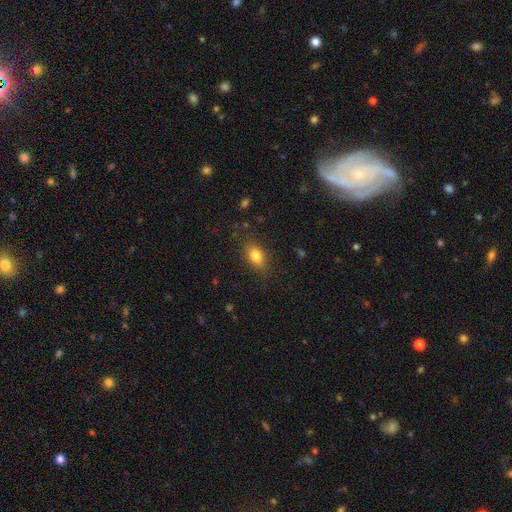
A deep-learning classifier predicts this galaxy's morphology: Smooth or featured? smooth (82%)
How rounded? in between (82%)
Merging? none (84%)